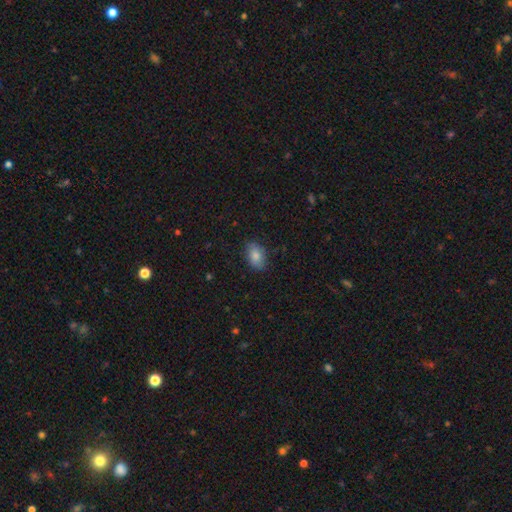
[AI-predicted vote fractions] Q: Smooth or featured?
A: smooth (83%); runner-up: featured or disk (9%)
Q: How rounded?
A: in between (87%); runner-up: round (12%)
Q: Merging?
A: none (83%); runner-up: minor disturbance (13%)